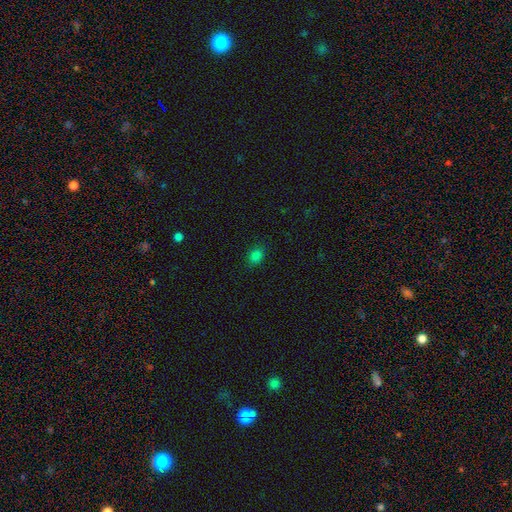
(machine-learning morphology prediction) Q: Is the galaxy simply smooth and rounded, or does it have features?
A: smooth — 81%.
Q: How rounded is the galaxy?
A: in between — 66%.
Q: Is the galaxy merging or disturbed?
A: none — 86%.